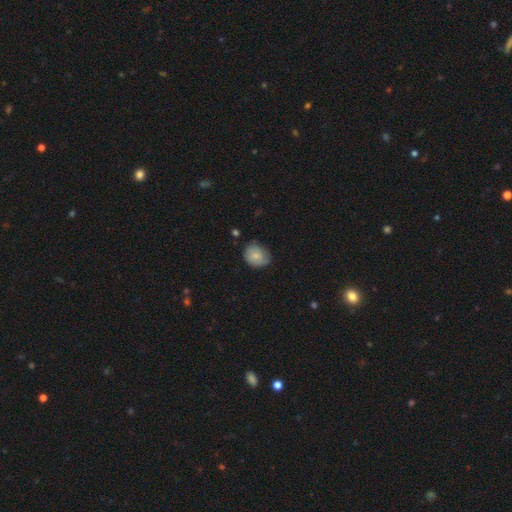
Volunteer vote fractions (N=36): Smooth or featured: smooth — 69% (featured or disk — 25%)
How rounded: round — 68% (in between — 32%)
Merging: minor disturbance — 50% (none — 47%)